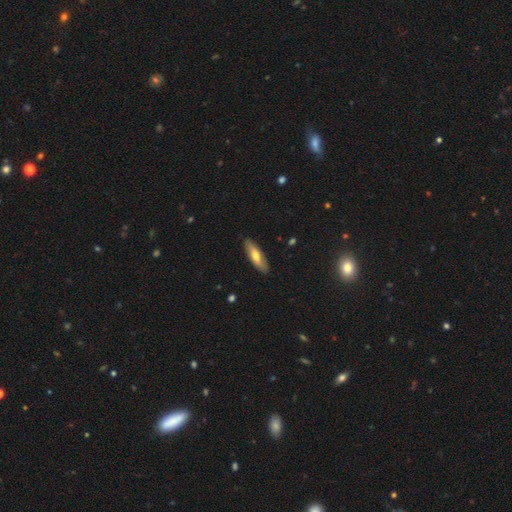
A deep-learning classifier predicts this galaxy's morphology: Overall: smooth (61%; featured or disk 34%). How rounded: cigar-shaped (56%; in between 42%). Merging: none (88%).